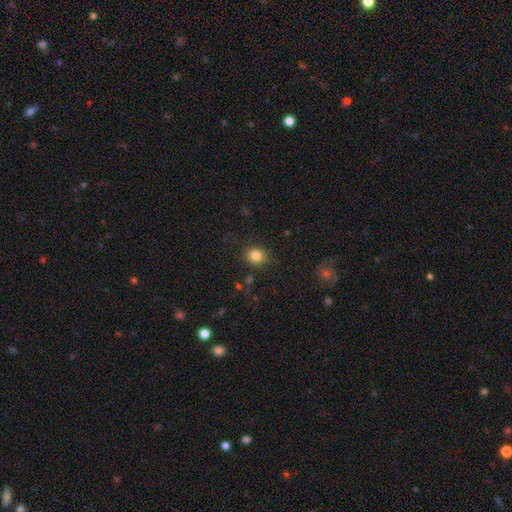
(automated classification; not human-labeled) smooth_or_featured: smooth (p=0.84) [alt: star or artifact p=0.11]
how_rounded: round (p=0.73) [alt: in between p=0.26]
merging: none (p=0.87) [alt: minor disturbance p=0.09]